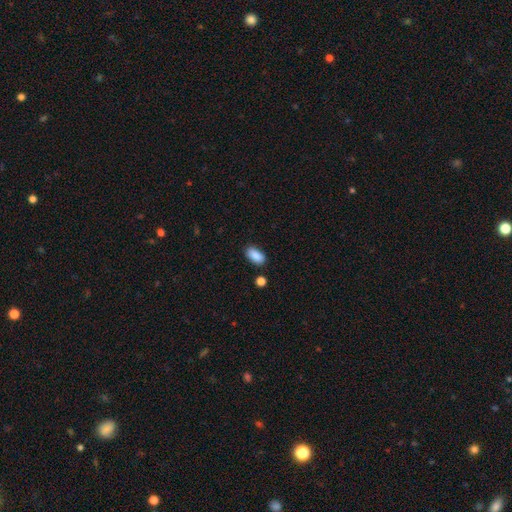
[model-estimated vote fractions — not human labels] Smooth or featured?
  - smooth: 89% *
  - star or artifact: 7%
  - featured or disk: 4%
How rounded?
  - in between: 93% *
  - round: 4%
  - cigar-shaped: 3%
Merging?
  - none: 84% *
  - minor disturbance: 10%
  - merger: 3%
  - major disturbance: 2%